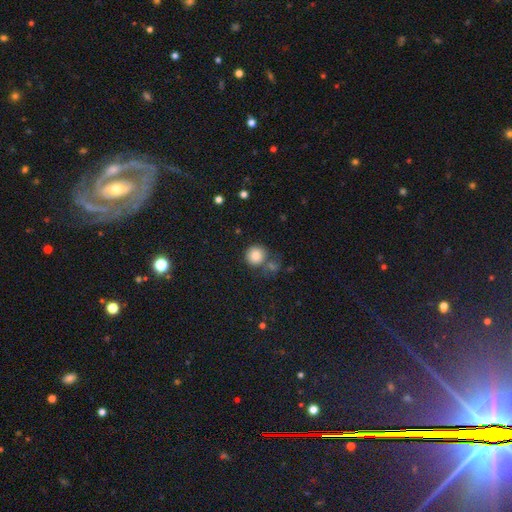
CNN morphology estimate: Smooth or featured? Predicted: smooth (p=0.84). How rounded? Predicted: round (p=0.91). Merging? Predicted: none (p=0.62).